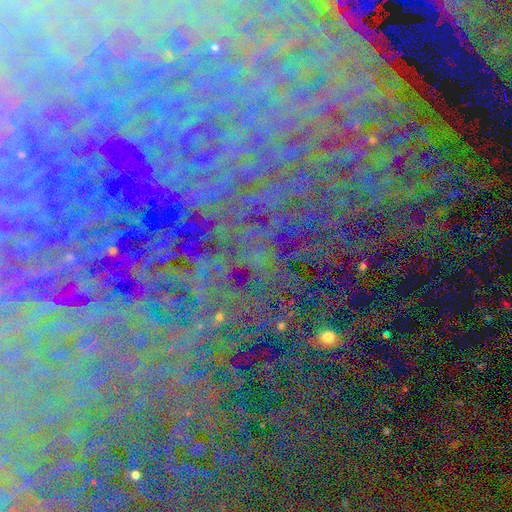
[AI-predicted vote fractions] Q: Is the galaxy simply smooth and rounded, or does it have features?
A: star or artifact — 83%.